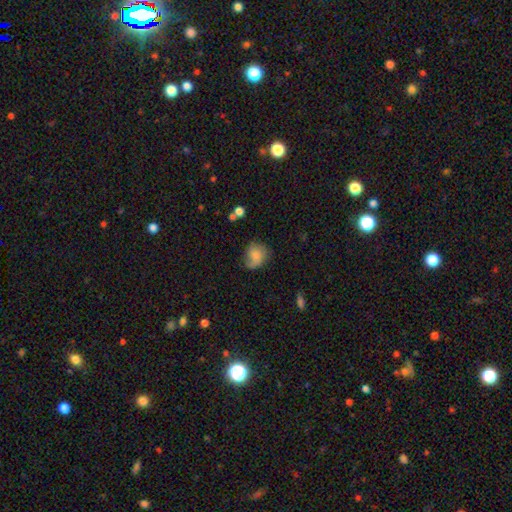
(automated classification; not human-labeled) Smooth or featured? Predicted: smooth (p=0.62). How rounded? Predicted: round (p=0.64). Merging? Predicted: none (p=0.55).